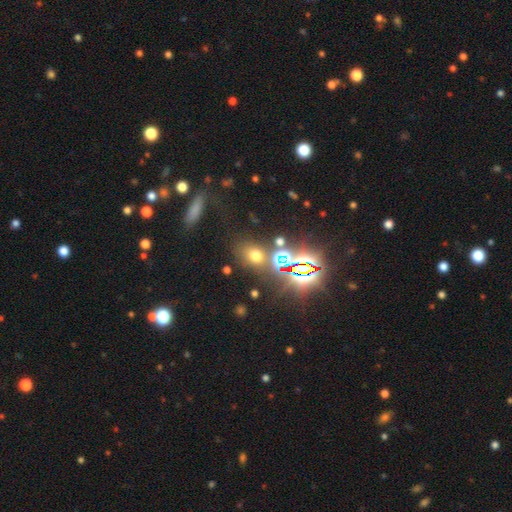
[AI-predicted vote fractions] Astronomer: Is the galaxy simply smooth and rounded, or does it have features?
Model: smooth — 54% (runner-up: star or artifact, 36%).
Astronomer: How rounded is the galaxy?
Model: in between — 50% (runner-up: round, 47%).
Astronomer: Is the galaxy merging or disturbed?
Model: none — 73%.